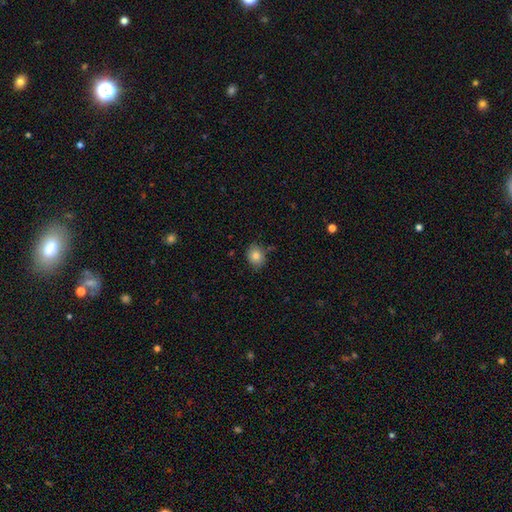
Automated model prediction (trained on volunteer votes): Smooth or featured? Predicted: smooth (p=0.83). How rounded? Predicted: round (p=0.59). Merging? Predicted: none (p=0.77).